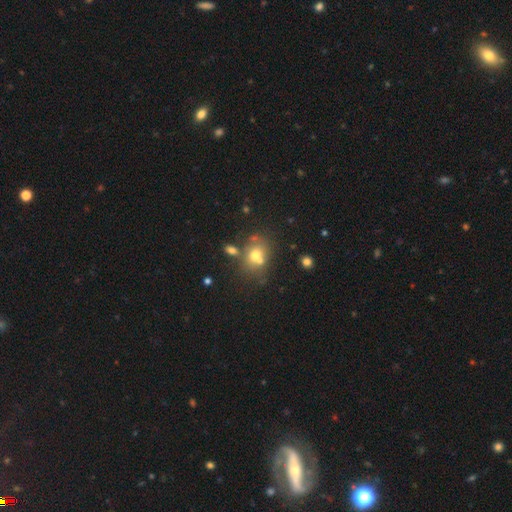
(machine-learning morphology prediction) Overall: smooth (65%). How rounded: round (59%; in between 40%). Merging: none (46%; merger 35%).